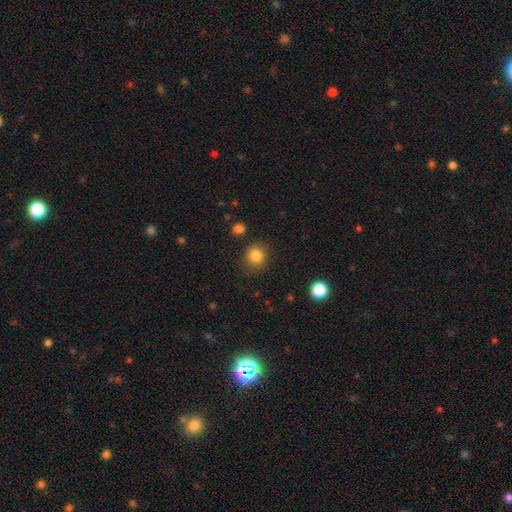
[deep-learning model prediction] Overall: smooth (83%). How rounded: round (87%). Merging: none (86%).